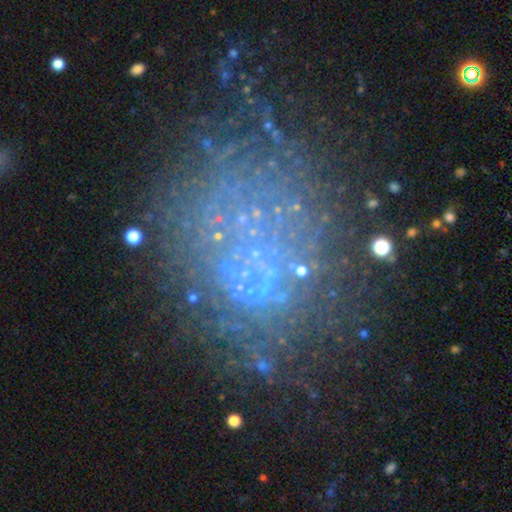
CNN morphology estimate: featured or disk 47%, star or artifact 31%, smooth 22%. Down the decision tree: merging — none (51%).